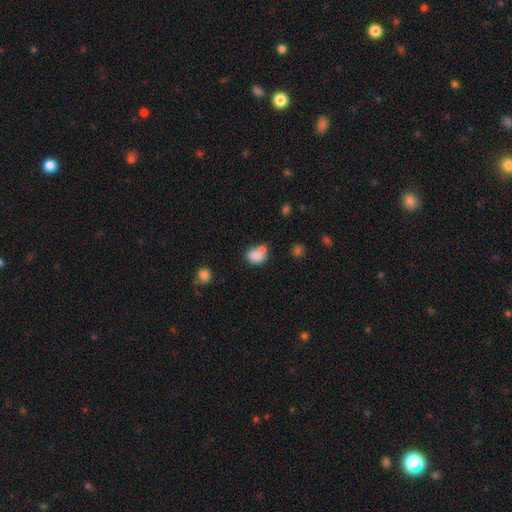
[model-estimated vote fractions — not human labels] Smooth or featured? Predicted: smooth (p=0.80). How rounded? Predicted: round (p=0.53). Merging? Predicted: merger (p=0.42).